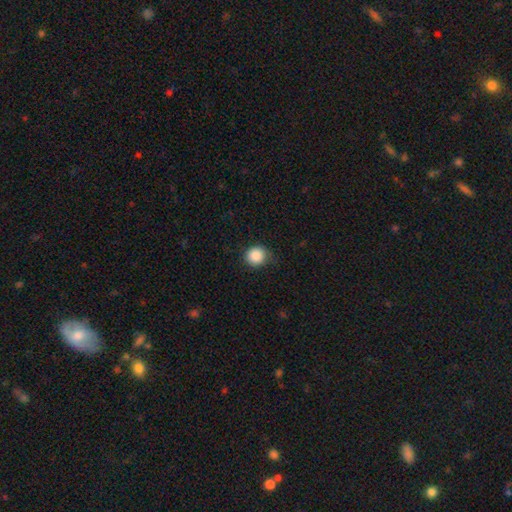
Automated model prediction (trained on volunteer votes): Morphology: type=smooth (87%); roundness=round (90%); merging=none (75%).